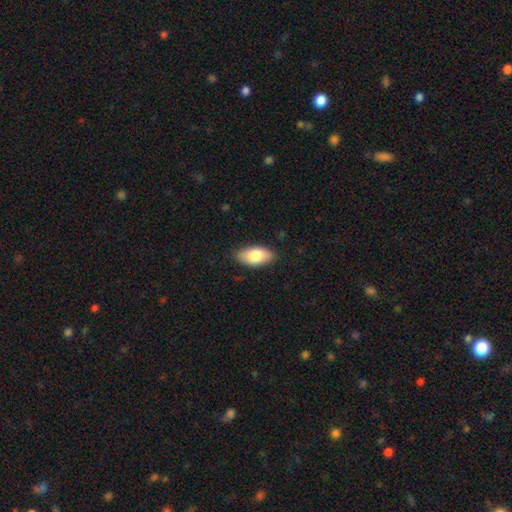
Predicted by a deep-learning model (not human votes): Morphology: type=smooth (81%); roundness=in between (92%); merging=none (85%).